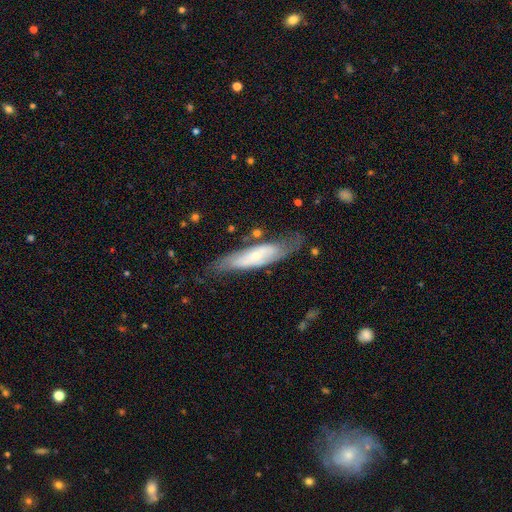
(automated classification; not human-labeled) The model was most divided on "smooth or featured": featured or disk: 60%, smooth: 33%, star or artifact: 6%. More confident: merging — none (67%); edge-on disk — no (65%).